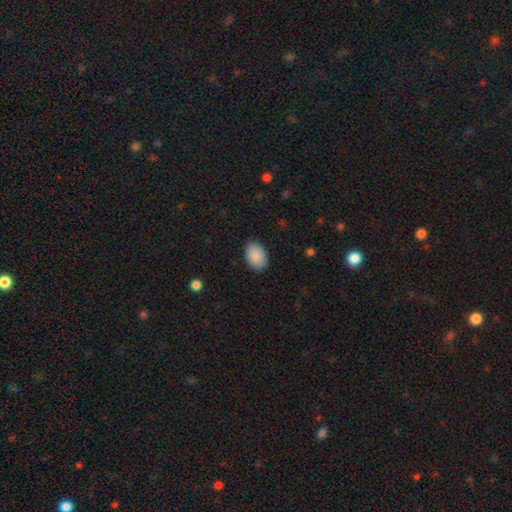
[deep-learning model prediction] Overall: smooth (91%). How rounded: in between (87%). Merging: none (88%).